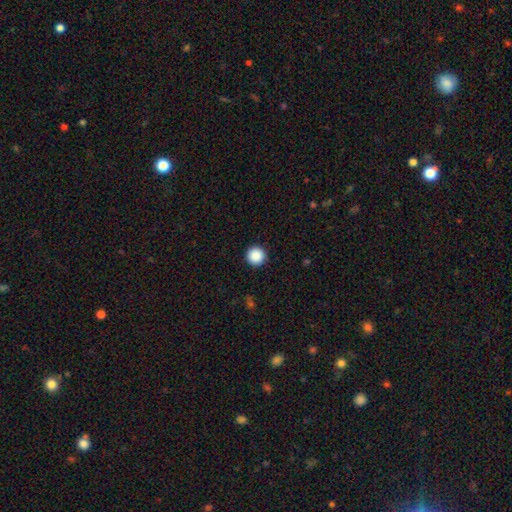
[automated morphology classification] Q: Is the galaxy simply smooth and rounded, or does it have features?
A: smooth — 89%.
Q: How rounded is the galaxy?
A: round — 97%.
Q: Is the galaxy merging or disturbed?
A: none — 93%.